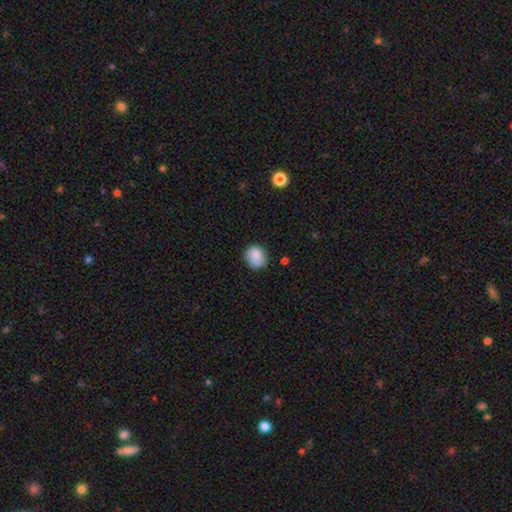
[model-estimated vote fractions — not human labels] A smooth galaxy with no disk features (87%) that is round (75%). Merging: none (78%).